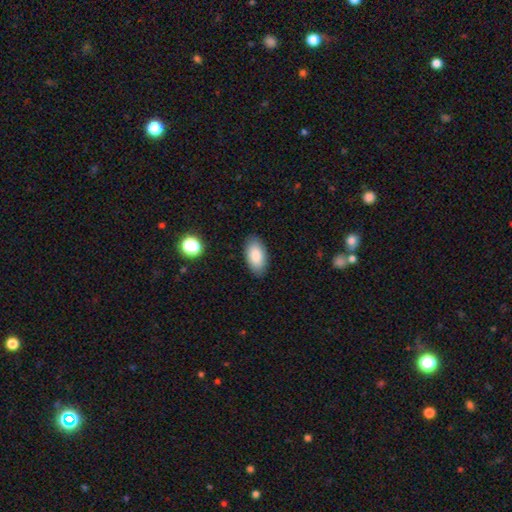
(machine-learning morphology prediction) smooth-or-featured: smooth: 85% | featured or disk: 8% | star or artifact: 7%
  how-rounded: in between: 95% | round: 3% | cigar-shaped: 3%
  merging: none: 87% | minor disturbance: 10% | major disturbance: 2% | merger: 1%